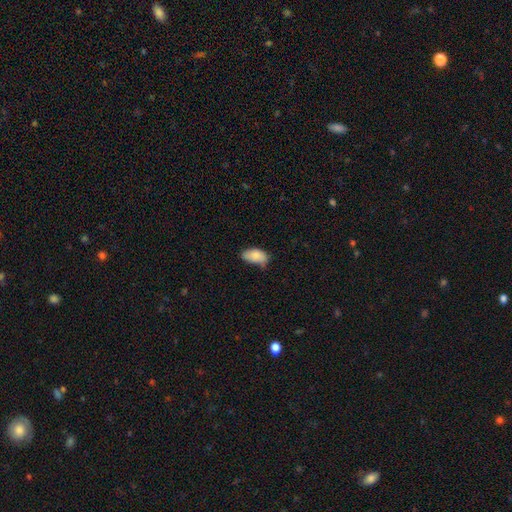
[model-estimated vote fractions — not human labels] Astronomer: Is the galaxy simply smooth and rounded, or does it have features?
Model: smooth — 84%.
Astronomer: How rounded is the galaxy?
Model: in between — 94%.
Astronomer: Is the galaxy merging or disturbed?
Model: none — 44% (runner-up: minor disturbance, 42%).